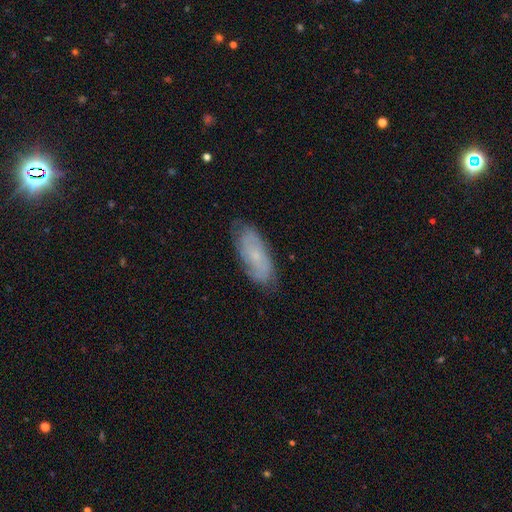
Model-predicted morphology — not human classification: Q: Smooth or featured?
A: featured or disk (52%); runner-up: smooth (40%)
Q: Edge-on disk?
A: no (87%); runner-up: yes (13%)
Q: Merging?
A: none (79%); runner-up: minor disturbance (17%)